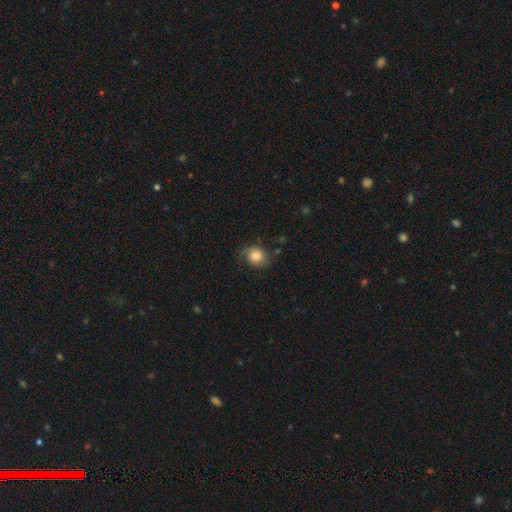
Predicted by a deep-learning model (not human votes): Q: Smooth or featured?
A: smooth (66%); runner-up: featured or disk (25%)
Q: How rounded?
A: round (62%); runner-up: in between (37%)
Q: Merging?
A: none (61%); runner-up: minor disturbance (25%)